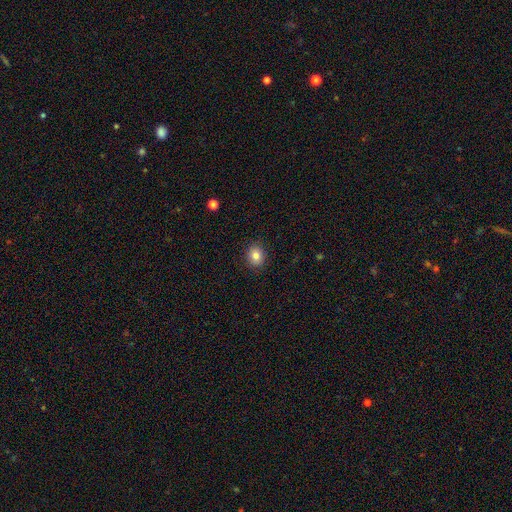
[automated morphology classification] A smooth galaxy with no disk features (83%) that is round (68%).

Vote fractions:
- Smooth or featured? smooth: 83% / star or artifact: 10% / featured or disk: 7%
- How rounded? round: 68% / in between: 31% / cigar-shaped: 1%
- Merging? none: 90% / minor disturbance: 7% / major disturbance: 2% / merger: 1%